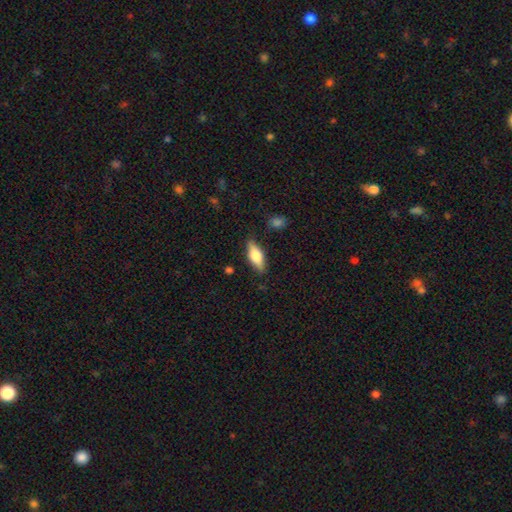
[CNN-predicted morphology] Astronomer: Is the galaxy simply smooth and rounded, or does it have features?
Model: smooth — 60%.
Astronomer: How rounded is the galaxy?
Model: in between — 68%.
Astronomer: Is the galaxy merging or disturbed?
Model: none — 84%.